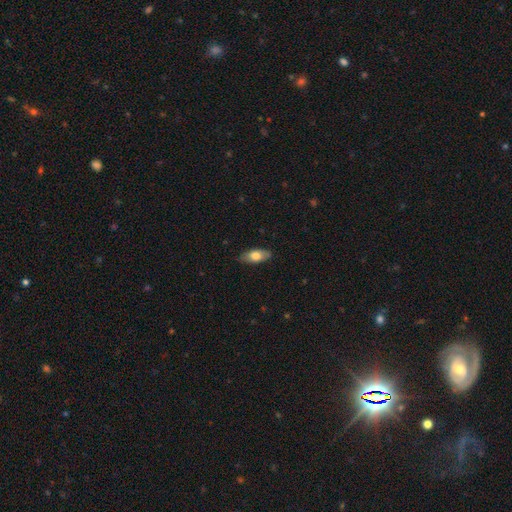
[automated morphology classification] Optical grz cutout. It shows a smooth galaxy with no disk features (73%) that is in between round and cigar-shaped (86%). Merging: none (84%).